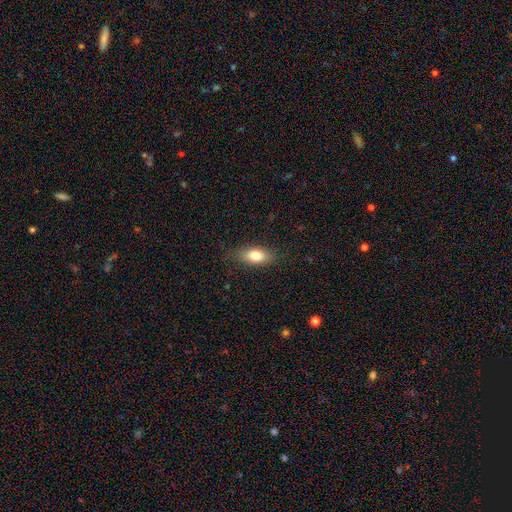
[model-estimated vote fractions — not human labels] Q: Smooth or featured?
A: smooth (78%); runner-up: featured or disk (14%)
Q: How rounded?
A: in between (83%); runner-up: cigar-shaped (11%)
Q: Merging?
A: none (82%); runner-up: minor disturbance (13%)